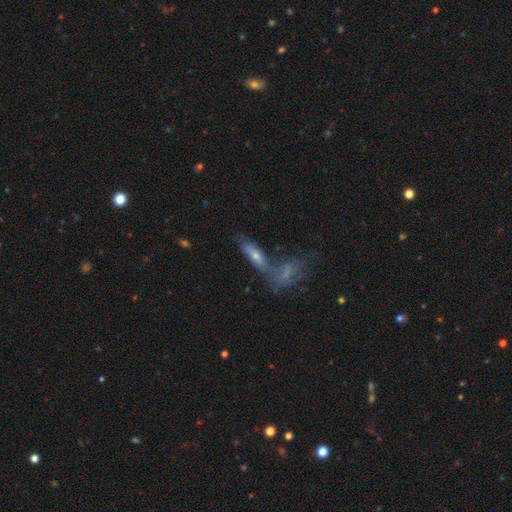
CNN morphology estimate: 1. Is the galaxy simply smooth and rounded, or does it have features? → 45% featured or disk, 43% smooth, 12% star or artifact.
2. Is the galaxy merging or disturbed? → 41% none, 38% merger, 13% minor disturbance, 8% major disturbance.